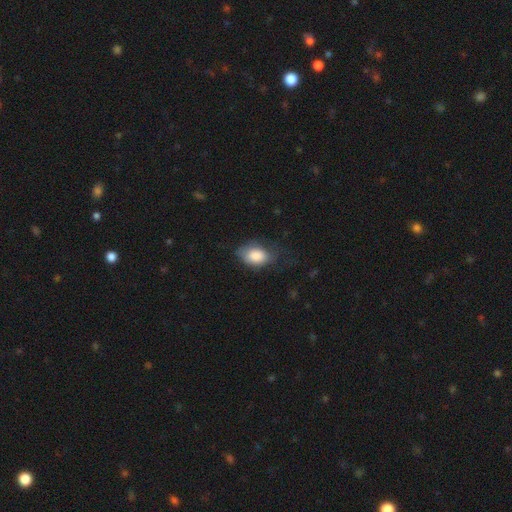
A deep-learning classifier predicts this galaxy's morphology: Smooth or featured: smooth — 83% (featured or disk — 10%)
How rounded: in between — 85% (round — 14%)
Merging: none — 48% (minor disturbance — 34%)